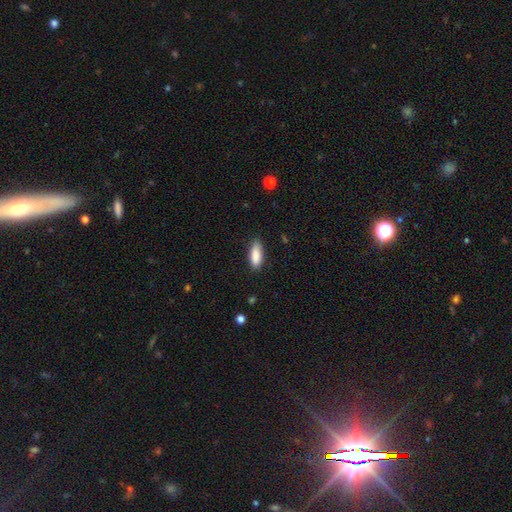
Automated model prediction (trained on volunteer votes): This appears to be a smooth galaxy with no disk features (88%) that is in between round and cigar-shaped (71%). Merging: none (83%).